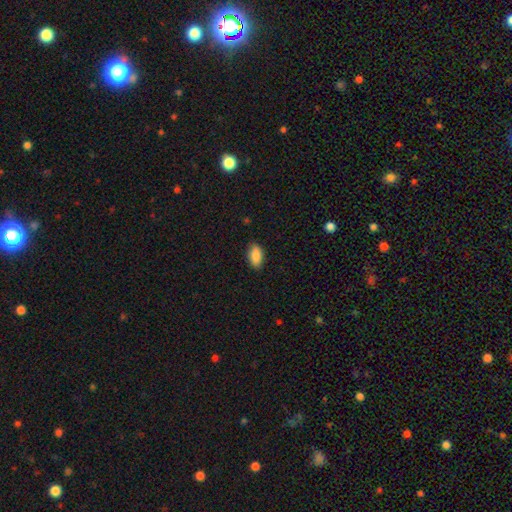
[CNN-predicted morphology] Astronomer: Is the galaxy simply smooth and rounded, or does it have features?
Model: smooth — 88%.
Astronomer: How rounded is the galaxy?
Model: in between — 92%.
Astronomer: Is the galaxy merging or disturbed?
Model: none — 86%.